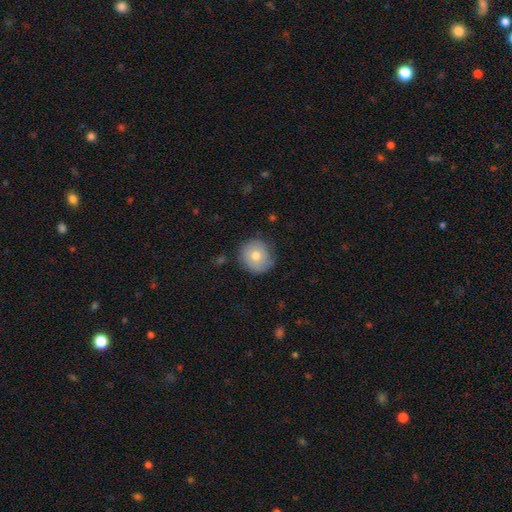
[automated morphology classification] Smooth or featured? smooth (68%)
How rounded? round (87%)
Merging? none (79%)